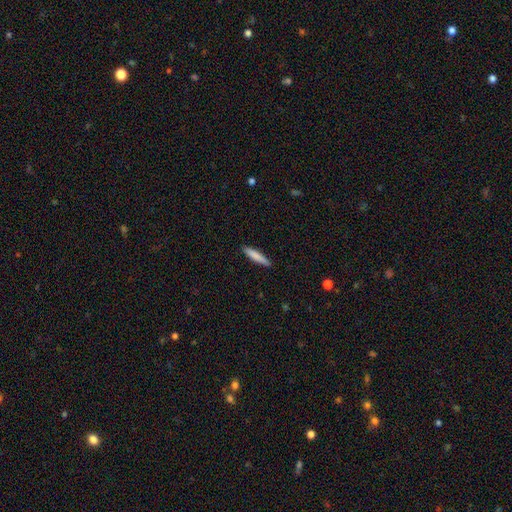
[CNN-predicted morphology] type=smooth (81%); roundness=cigar-shaped (89%); merging=none (90%).